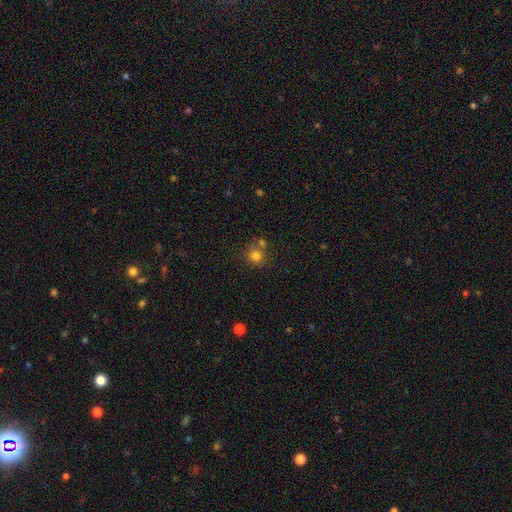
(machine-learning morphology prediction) smooth 78%, star or artifact 14%, featured or disk 8%. Down the decision tree: how rounded — round (89%); merging — none (61%).